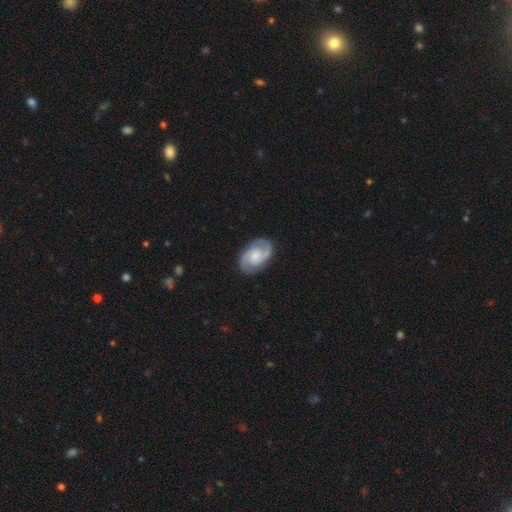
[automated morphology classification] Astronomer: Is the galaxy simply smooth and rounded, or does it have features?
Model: featured or disk — 85%.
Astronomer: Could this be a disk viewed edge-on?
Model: no — 97%.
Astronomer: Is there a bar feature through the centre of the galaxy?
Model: no — 61%.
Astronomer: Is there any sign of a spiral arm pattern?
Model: yes — 97%.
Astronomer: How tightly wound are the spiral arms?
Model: medium — 49% (runner-up: tight, 41%).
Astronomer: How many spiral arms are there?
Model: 2 — 90%.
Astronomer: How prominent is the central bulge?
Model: small — 45% (runner-up: moderate, 40%).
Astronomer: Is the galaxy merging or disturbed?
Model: none — 85%.